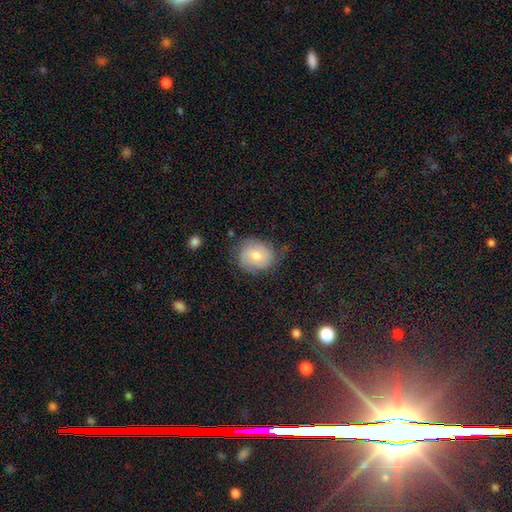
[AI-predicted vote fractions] Smooth or featured? Predicted: smooth (p=0.58). How rounded? Predicted: round (p=0.67). Merging? Predicted: none (p=0.66).